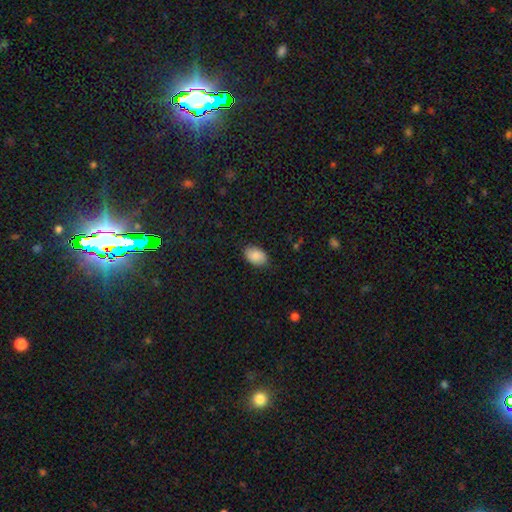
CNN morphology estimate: Smooth or featured: smooth — 87% (star or artifact — 7%)
How rounded: in between — 87% (round — 12%)
Merging: none — 85% (minor disturbance — 12%)